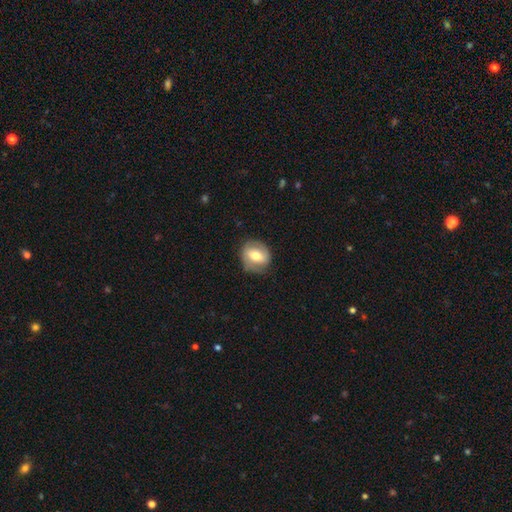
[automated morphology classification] smooth_or_featured: smooth (p=0.48) [alt: featured or disk p=0.45]
merging: none (p=0.78) [alt: minor disturbance p=0.16]